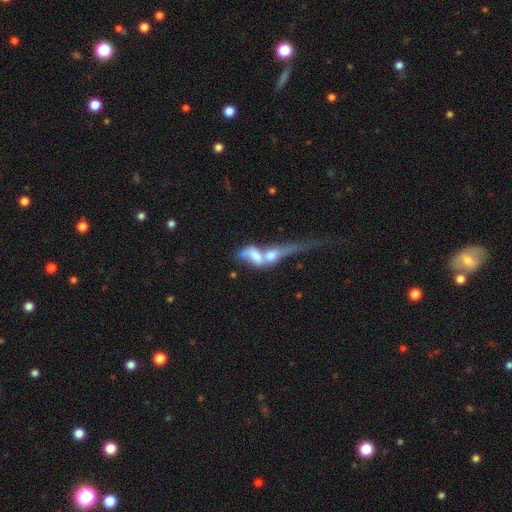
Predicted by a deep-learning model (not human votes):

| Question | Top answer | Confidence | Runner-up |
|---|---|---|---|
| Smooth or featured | smooth | 48% | featured or disk (42%) |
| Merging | merger | 69% | major disturbance (18%) |